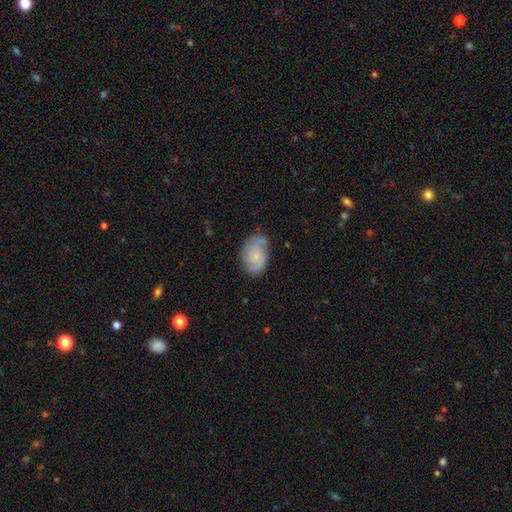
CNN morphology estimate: This is possibly a featured or disk galaxy (53%). It is clearly not viewed edge-on (97%). Bar: likely no (75%). Spiral arm pattern: clearly yes (87%). Central bulge: likely small (69%). Merging: likely none (61%).